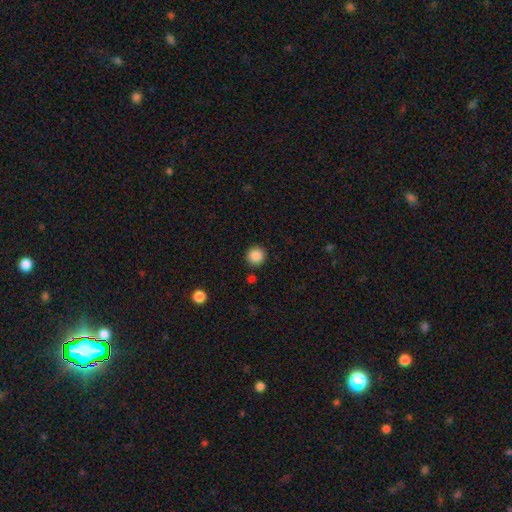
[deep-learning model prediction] Smooth or featured? smooth (88%)
How rounded? round (95%)
Merging? none (91%)